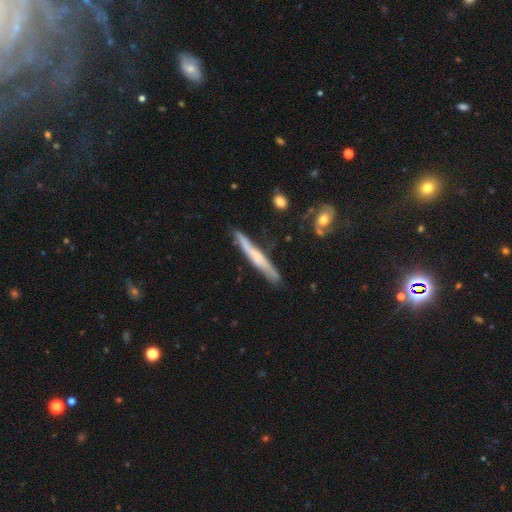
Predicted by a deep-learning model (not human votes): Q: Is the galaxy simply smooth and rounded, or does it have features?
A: featured or disk — 57%.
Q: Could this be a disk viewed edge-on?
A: yes — 91%.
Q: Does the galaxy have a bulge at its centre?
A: none — 50%.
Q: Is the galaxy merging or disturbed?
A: none — 77%.